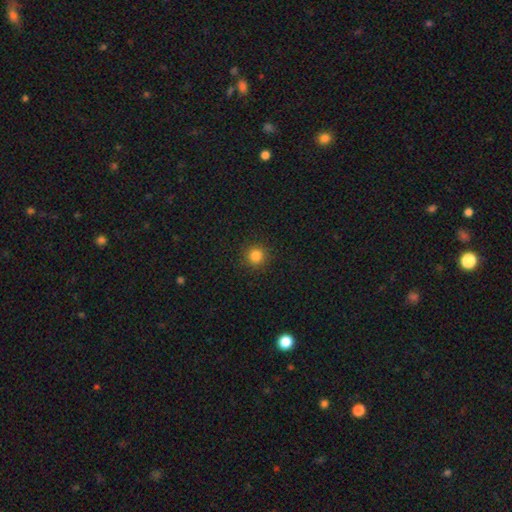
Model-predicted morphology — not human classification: Q: Smooth or featured?
A: smooth (83%); runner-up: star or artifact (13%)
Q: How rounded?
A: round (95%); runner-up: in between (4%)
Q: Merging?
A: none (91%); runner-up: minor disturbance (6%)